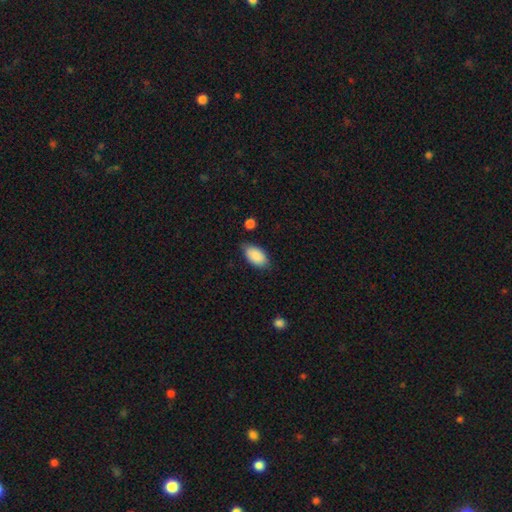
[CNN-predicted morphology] A smooth galaxy with no disk features (89%) that is in between round and cigar-shaped (94%).

Vote fractions:
- Smooth or featured? smooth: 89% / star or artifact: 6% / featured or disk: 5%
- How rounded? in between: 94% / round: 4% / cigar-shaped: 2%
- Merging? none: 76% / minor disturbance: 19% / major disturbance: 4% / merger: 2%